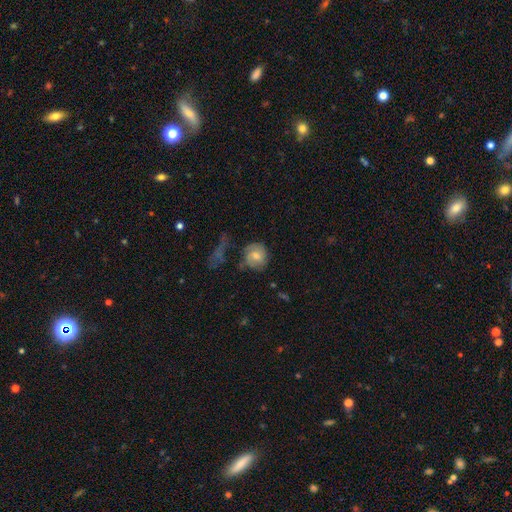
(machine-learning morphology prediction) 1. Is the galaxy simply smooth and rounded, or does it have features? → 58% smooth, 33% featured or disk, 8% star or artifact.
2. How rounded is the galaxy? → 80% round, 18% in between, 1% cigar-shaped.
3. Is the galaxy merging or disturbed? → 61% none, 22% minor disturbance, 12% major disturbance, 5% merger.